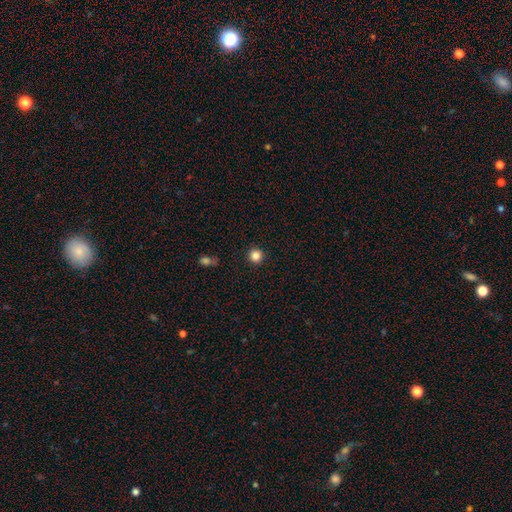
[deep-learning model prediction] smooth-or-featured: smooth: 85% | star or artifact: 11% | featured or disk: 4%
  how-rounded: round: 95% | in between: 4% | cigar-shaped: 1%
  merging: none: 92% | minor disturbance: 5% | major disturbance: 2% | merger: 1%